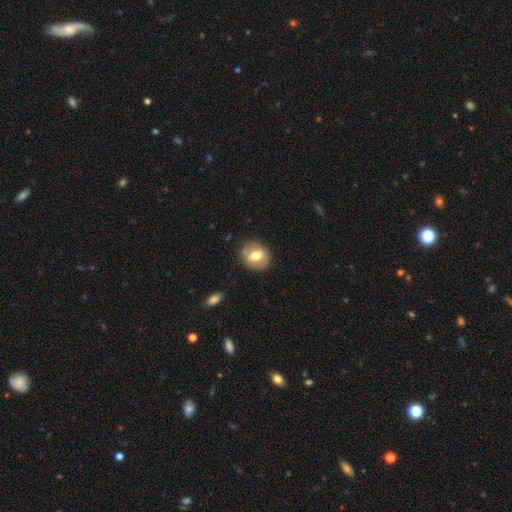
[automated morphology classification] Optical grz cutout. It shows a smooth galaxy with no disk features (56%) that is round (57%). Merging: none (81%).